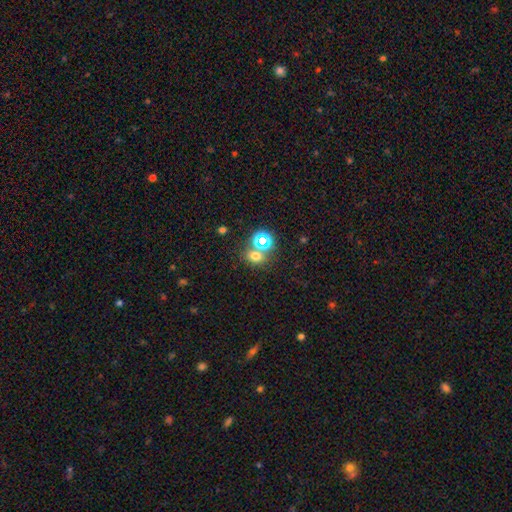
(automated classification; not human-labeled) This appears to be a smooth galaxy with no disk features (58%) that is round (61%). Merging: none (61%).